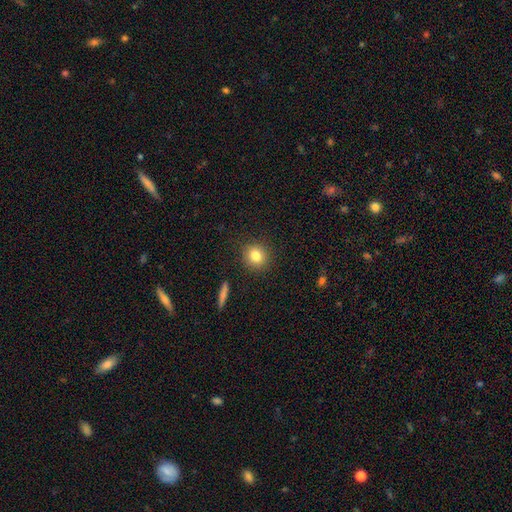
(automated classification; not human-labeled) Smooth or featured: smooth — 81% (star or artifact — 10%)
How rounded: round — 86% (in between — 12%)
Merging: none — 89% (minor disturbance — 7%)